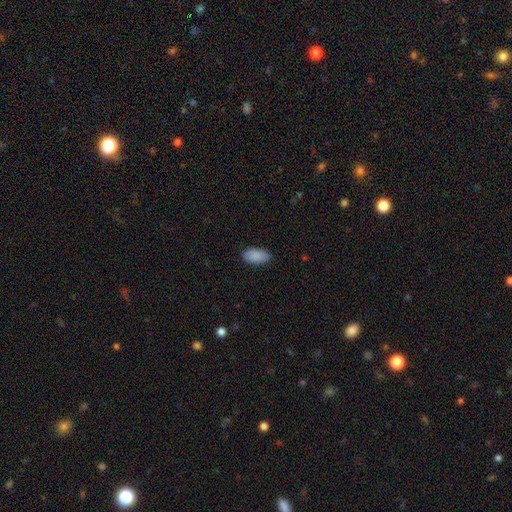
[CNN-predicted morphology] Overall: smooth (90%). How rounded: in between (95%). Merging: none (86%).